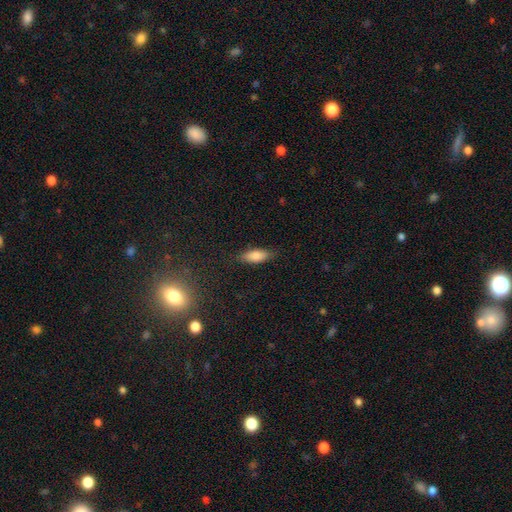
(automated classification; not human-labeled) The model was most divided on "how rounded": in between: 76%, cigar-shaped: 22%, round: 2%. More confident: smooth or featured — smooth (82%); merging — none (82%).